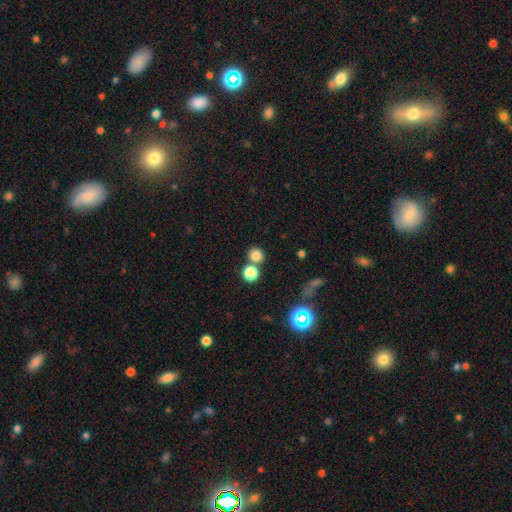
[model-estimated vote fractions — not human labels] smooth_or_featured: smooth (p=0.79) [alt: star or artifact p=0.15]
how_rounded: round (p=0.84) [alt: in between p=0.15]
merging: none (p=0.67) [alt: merger p=0.22]